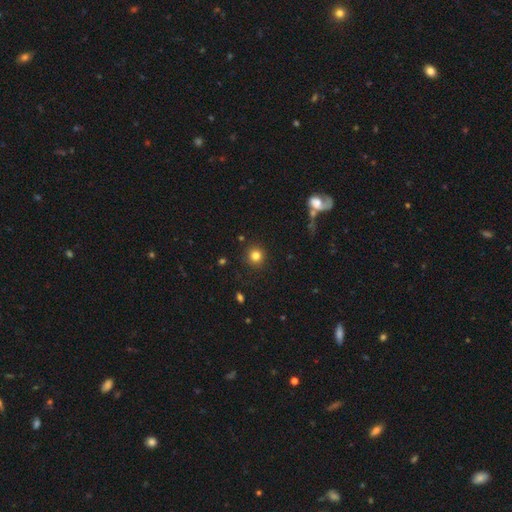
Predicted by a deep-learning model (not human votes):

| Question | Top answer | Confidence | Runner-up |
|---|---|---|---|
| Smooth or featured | smooth | 82% | star or artifact (13%) |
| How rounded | round | 94% | in between (5%) |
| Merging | none | 91% | minor disturbance (5%) |